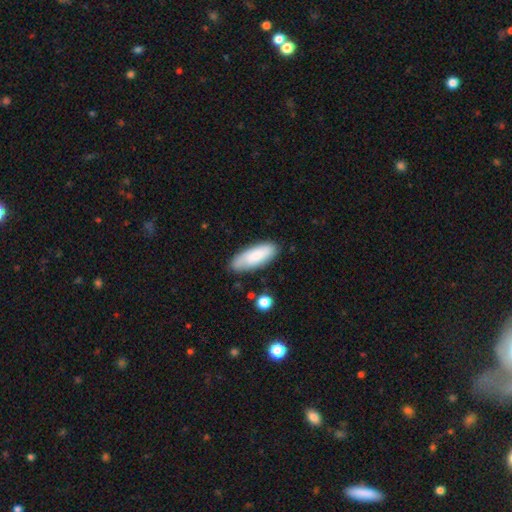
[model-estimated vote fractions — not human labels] A smooth galaxy with no disk features (77%) that is in between round and cigar-shaped (70%). Merging: none (78%).